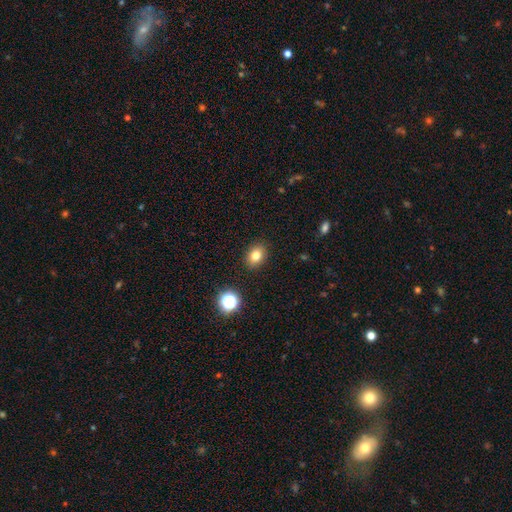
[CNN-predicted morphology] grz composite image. It shows a smooth galaxy with no disk features (80%) that is in between round and cigar-shaped (66%). Merging: none (88%).